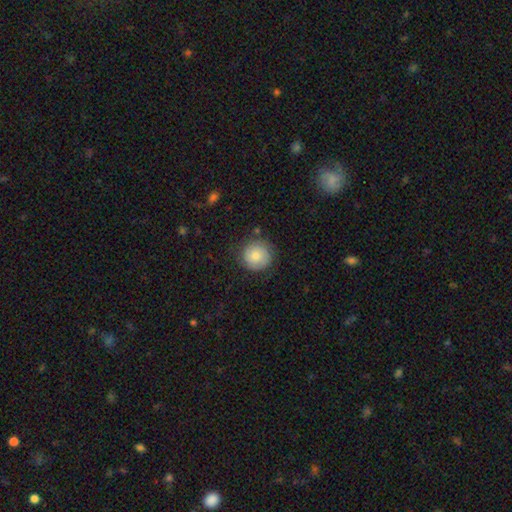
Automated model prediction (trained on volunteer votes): Q: Smooth or featured?
A: smooth (76%); runner-up: featured or disk (16%)
Q: How rounded?
A: round (94%); runner-up: in between (6%)
Q: Merging?
A: none (82%); runner-up: minor disturbance (13%)